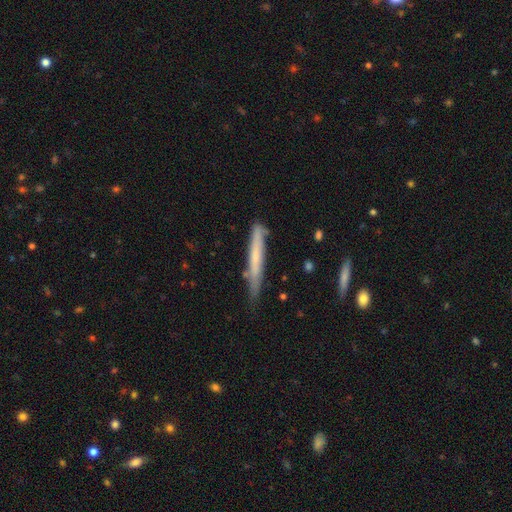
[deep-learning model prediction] This is possibly a smooth galaxy (54%). How rounded: clearly cigar-shaped (95%). Merging: likely none (63%).